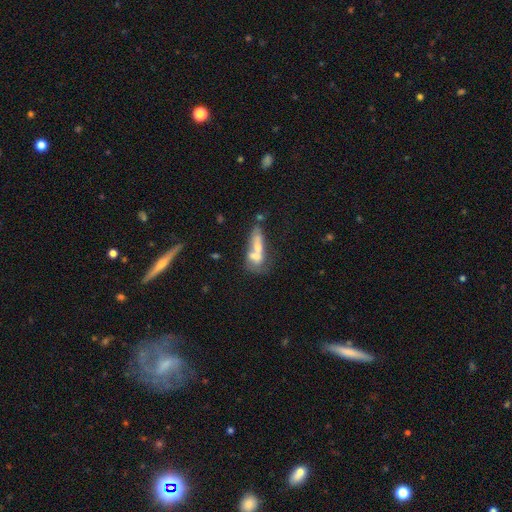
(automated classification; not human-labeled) A smooth galaxy with no disk features (49%). Merging: merger (61%).